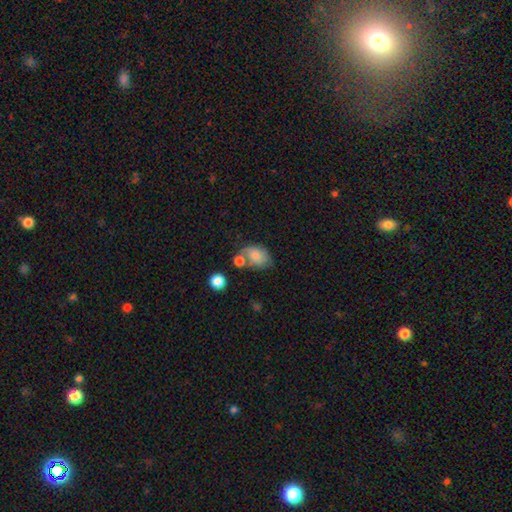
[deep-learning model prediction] This appears to be a smooth galaxy with no disk features (69%) that is in between round and cigar-shaped (76%). Merging: none (40%).